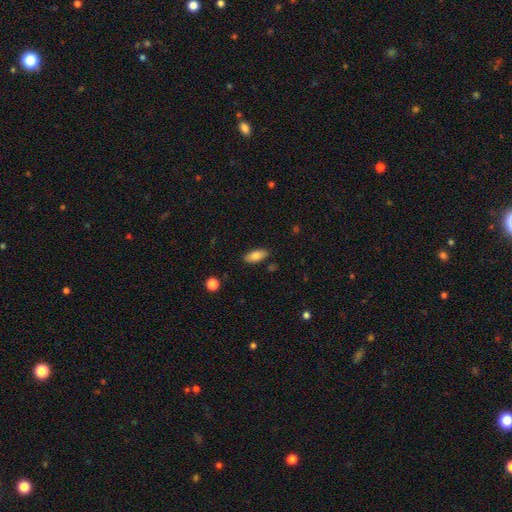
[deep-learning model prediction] The model was most divided on "smooth or featured": smooth: 80%, featured or disk: 13%, star or artifact: 7%. More confident: merging — none (85%); how rounded — in between (84%).